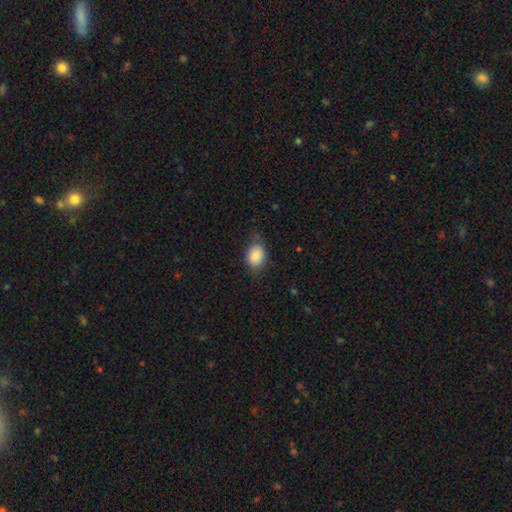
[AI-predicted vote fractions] The model was most divided on "merging": none: 68%, minor disturbance: 25%, major disturbance: 6%, merger: 1%. More confident: smooth or featured — smooth (86%); how rounded — in between (72%).